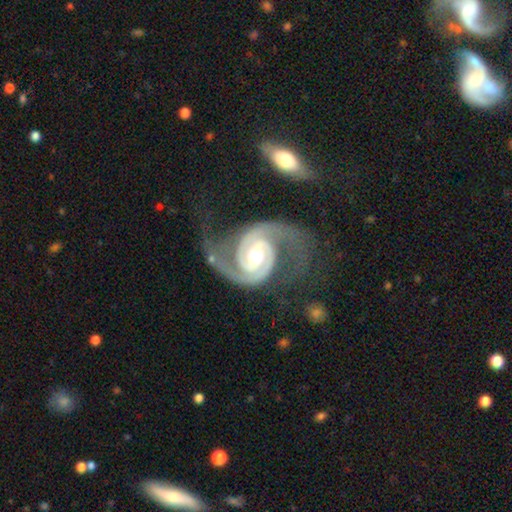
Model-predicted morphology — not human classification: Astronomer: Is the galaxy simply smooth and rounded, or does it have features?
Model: featured or disk — 94%.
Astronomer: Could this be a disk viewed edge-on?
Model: no — 98%.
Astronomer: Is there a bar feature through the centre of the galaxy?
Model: no — 49% (runner-up: weak, 34%).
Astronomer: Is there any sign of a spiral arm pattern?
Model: yes — 99%.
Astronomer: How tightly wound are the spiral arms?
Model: medium — 54%.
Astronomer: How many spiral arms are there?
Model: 2 — 94%.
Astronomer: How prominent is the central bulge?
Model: moderate — 72%.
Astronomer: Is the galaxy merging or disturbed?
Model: none — 68%.